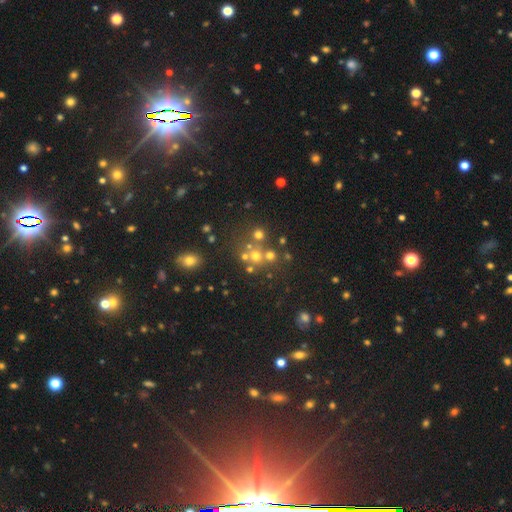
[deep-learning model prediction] smooth-or-featured: smooth: 44% | star or artifact: 40% | featured or disk: 16%
  merging: none: 58% | merger: 29% | minor disturbance: 9% | major disturbance: 5%